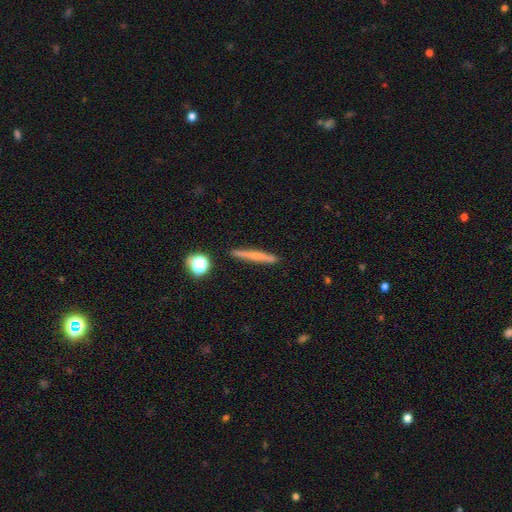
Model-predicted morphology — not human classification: This is possibly a smooth galaxy (52%). How rounded: clearly cigar-shaped (93%). Merging: clearly none (90%).